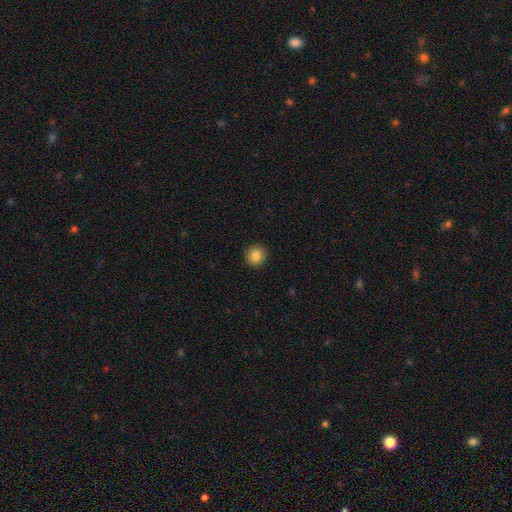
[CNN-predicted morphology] type=smooth (84%); roundness=round (92%); merging=none (93%).